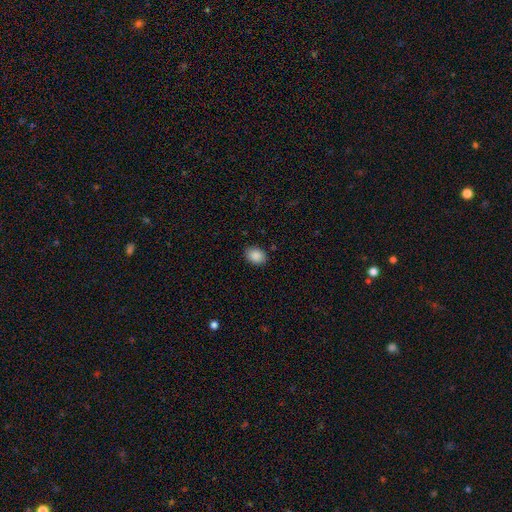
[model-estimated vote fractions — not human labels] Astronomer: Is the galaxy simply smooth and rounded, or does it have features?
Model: smooth — 88%.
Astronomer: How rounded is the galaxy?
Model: in between — 60% (runner-up: round, 39%).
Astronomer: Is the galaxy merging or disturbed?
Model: none — 86%.